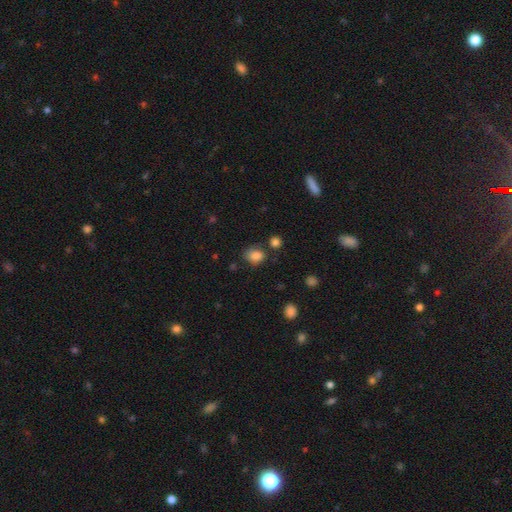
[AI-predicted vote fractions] Morphology: type=smooth (83%); roundness=in between (51%); merging=none (63%).